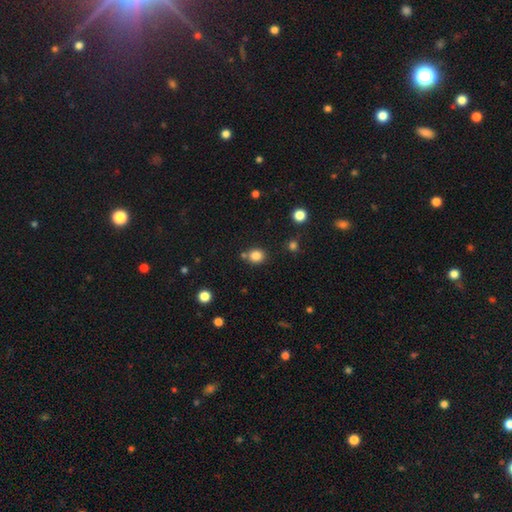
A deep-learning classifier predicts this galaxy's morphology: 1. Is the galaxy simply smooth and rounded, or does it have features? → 83% smooth, 12% star or artifact, 5% featured or disk.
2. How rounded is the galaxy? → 76% round, 23% in between, 1% cigar-shaped.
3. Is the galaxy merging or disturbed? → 74% none, 13% merger, 11% minor disturbance, 3% major disturbance.